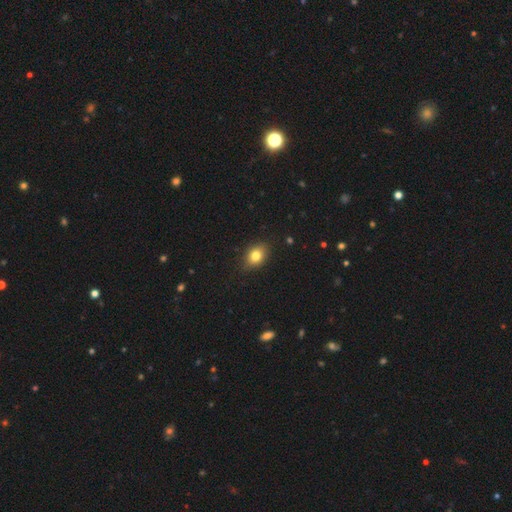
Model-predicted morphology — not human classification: The model was most divided on "how rounded": in between: 68%, round: 30%, cigar-shaped: 2%. More confident: merging — none (82%); smooth or featured — smooth (79%).